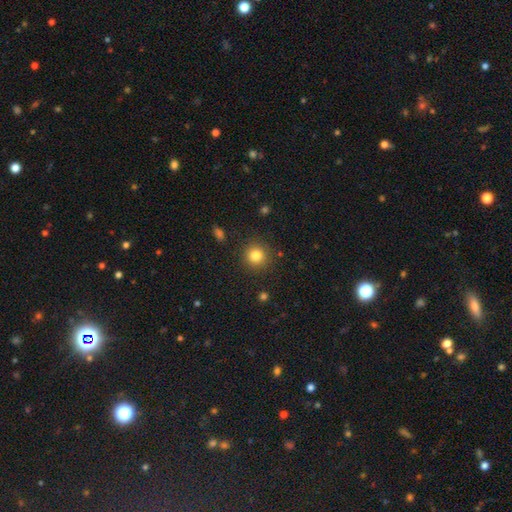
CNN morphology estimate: smooth-or-featured: smooth: 82% | star or artifact: 12% | featured or disk: 6%
  how-rounded: round: 93% | in between: 6% | cigar-shaped: 1%
  merging: none: 89% | minor disturbance: 6% | major disturbance: 3% | merger: 1%